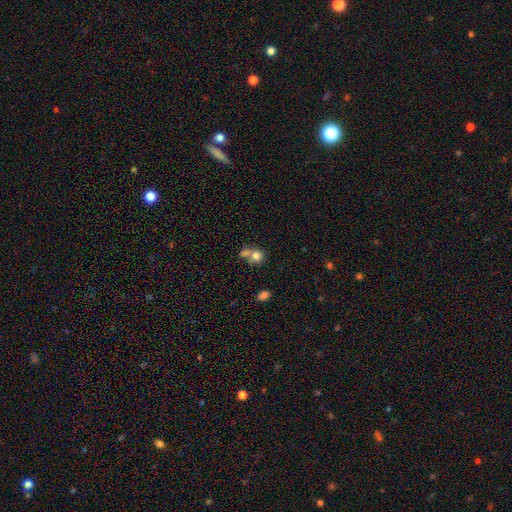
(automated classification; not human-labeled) Smooth or featured: smooth — 77% (featured or disk — 13%)
How rounded: round — 77% (in between — 22%)
Merging: merger — 46% (none — 37%)